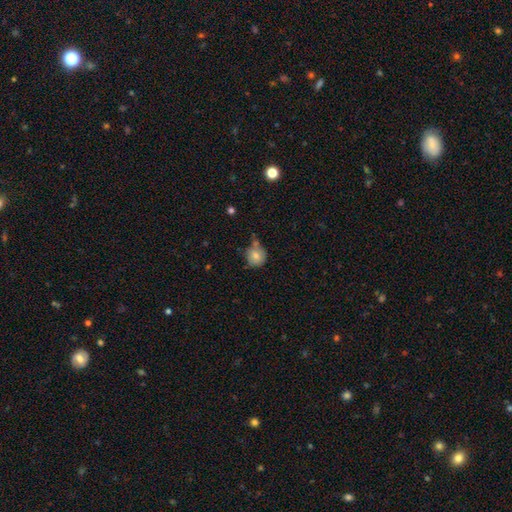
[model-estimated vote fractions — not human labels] Smooth or featured? smooth (78%)
How rounded? round (89%)
Merging? none (56%)